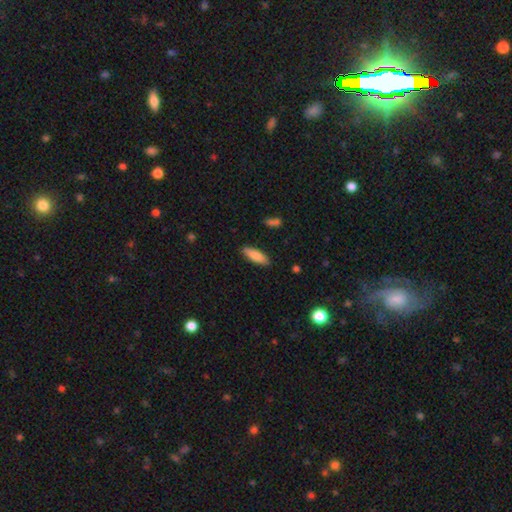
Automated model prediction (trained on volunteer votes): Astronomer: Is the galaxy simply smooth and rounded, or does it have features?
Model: smooth — 84%.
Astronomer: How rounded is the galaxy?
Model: in between — 56% (runner-up: cigar-shaped, 43%).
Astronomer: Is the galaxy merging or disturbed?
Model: none — 87%.